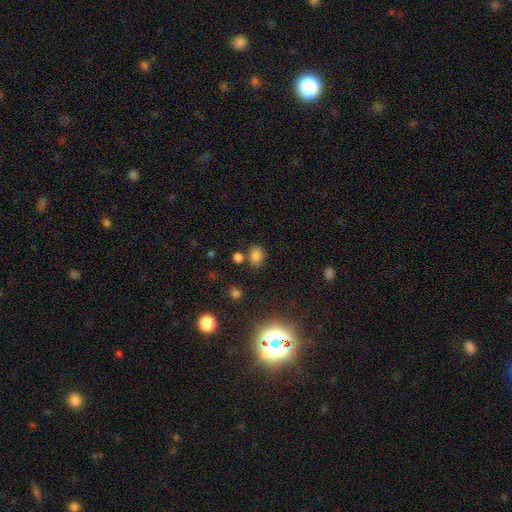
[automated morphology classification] smooth-or-featured: smooth: 79% | star or artifact: 15% | featured or disk: 6%
  how-rounded: in between: 60% | round: 39% | cigar-shaped: 1%
  merging: none: 70% | minor disturbance: 14% | merger: 12% | major disturbance: 4%